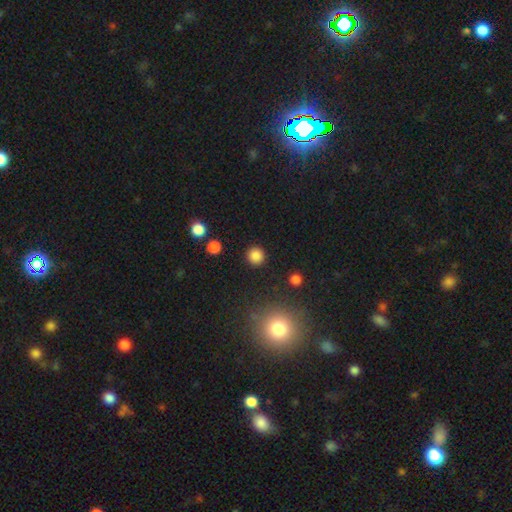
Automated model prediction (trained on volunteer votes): This appears to be a smooth galaxy with no disk features (84%) that is round (94%). Merging: none (91%).